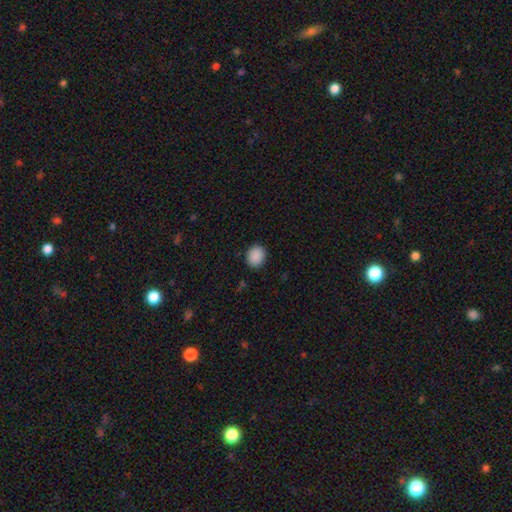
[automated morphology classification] Smooth or featured: smooth — 89% (star or artifact — 8%)
How rounded: round — 64% (in between — 36%)
Merging: none — 88% (minor disturbance — 9%)